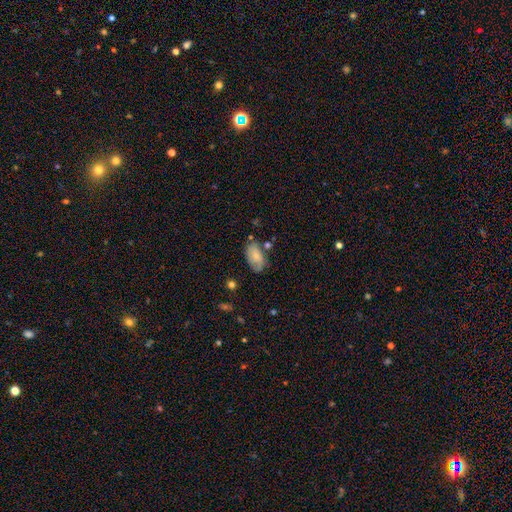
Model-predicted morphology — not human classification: The model was most divided on "merging": none: 61%, minor disturbance: 25%, major disturbance: 7%, merger: 7%. More confident: how rounded — in between (92%); smooth or featured — smooth (72%).